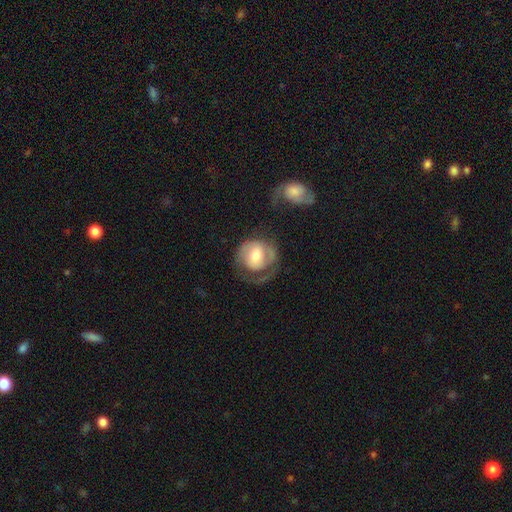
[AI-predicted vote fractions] Q: Smooth or featured?
A: featured or disk (60%); runner-up: smooth (34%)
Q: Edge-on disk?
A: no (97%); runner-up: yes (3%)
Q: Bar?
A: no (53%); runner-up: weak (36%)
Q: Spiral arms?
A: yes (78%); runner-up: no (22%)
Q: Bulge size?
A: moderate (54%); runner-up: large (23%)
Q: Merging?
A: none (44%); runner-up: major disturbance (30%)